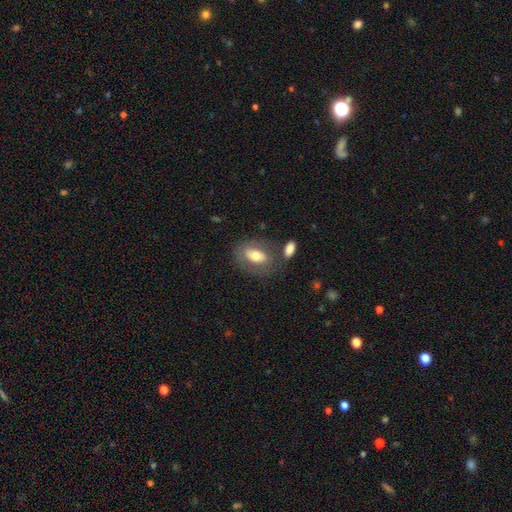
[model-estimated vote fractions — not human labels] A smooth galaxy with no disk features (62%) that is in between round and cigar-shaped (86%). Merging: none (64%).